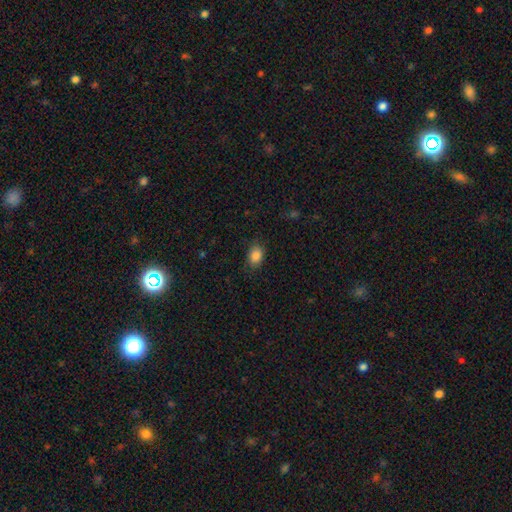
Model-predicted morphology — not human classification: Q: Smooth or featured?
A: smooth (86%); runner-up: star or artifact (9%)
Q: How rounded?
A: in between (73%); runner-up: round (26%)
Q: Merging?
A: none (83%); runner-up: minor disturbance (13%)